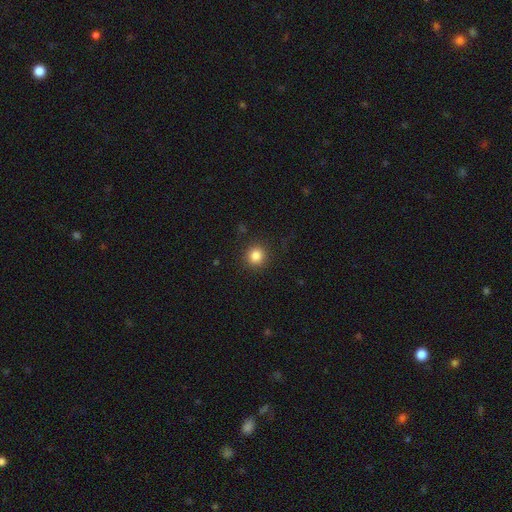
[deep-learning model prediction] Morphology: type=smooth (84%); roundness=round (93%); merging=none (90%).